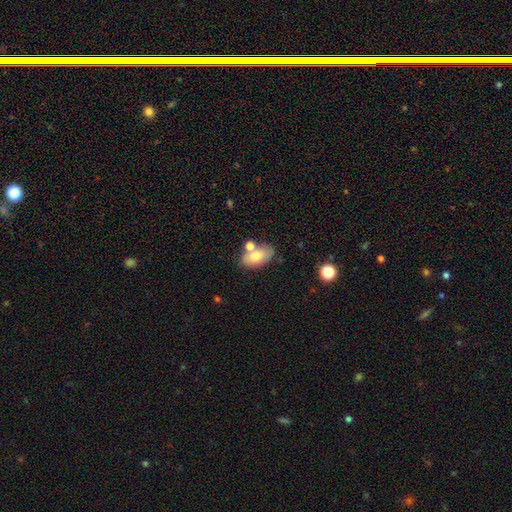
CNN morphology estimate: This appears to be a smooth galaxy with no disk features (69%) that is in between round and cigar-shaped (91%). Merging: none (61%).